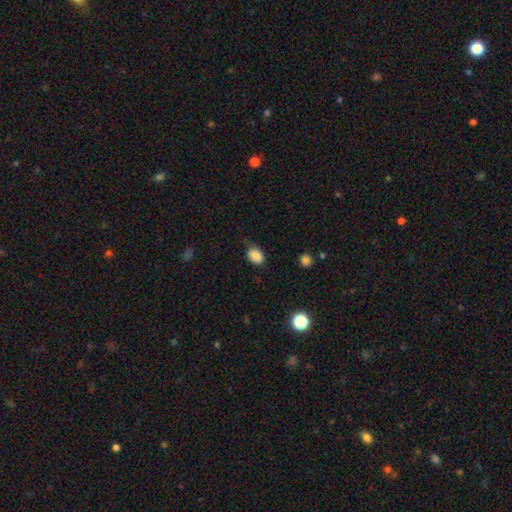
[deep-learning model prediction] This is clearly a smooth galaxy (87%). How rounded: likely in between (75%). Merging: likely none (63%).